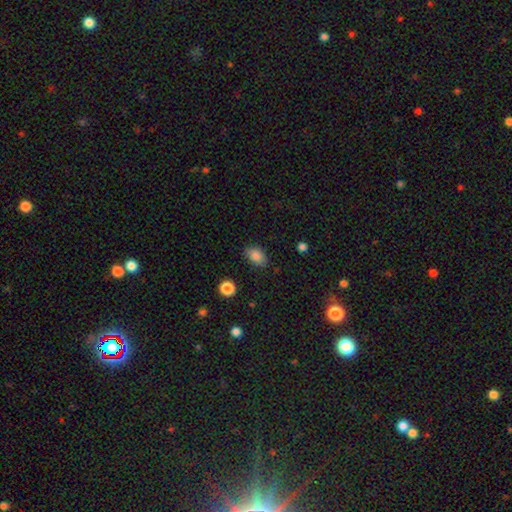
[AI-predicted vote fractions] smooth 85%, star or artifact 9%, featured or disk 6%. Down the decision tree: how rounded — in between (81%); merging — none (80%).